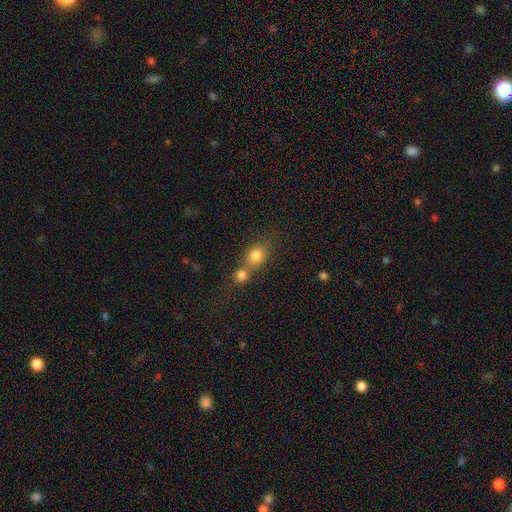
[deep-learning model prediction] A smooth galaxy with no disk features (79%) that is round (66%).

Vote fractions:
- Smooth or featured? smooth: 79% / star or artifact: 11% / featured or disk: 10%
- How rounded? round: 66% / in between: 32% / cigar-shaped: 2%
- Merging? merger: 55% / none: 35% / minor disturbance: 7% / major disturbance: 3%